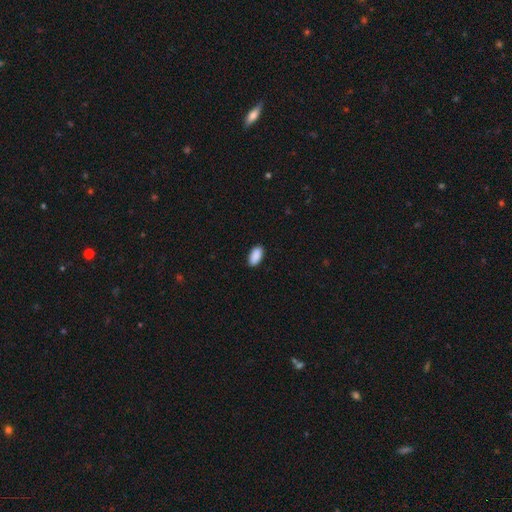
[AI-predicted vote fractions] A smooth galaxy with no disk features (91%) that is in between round and cigar-shaped (94%). Merging: none (89%).